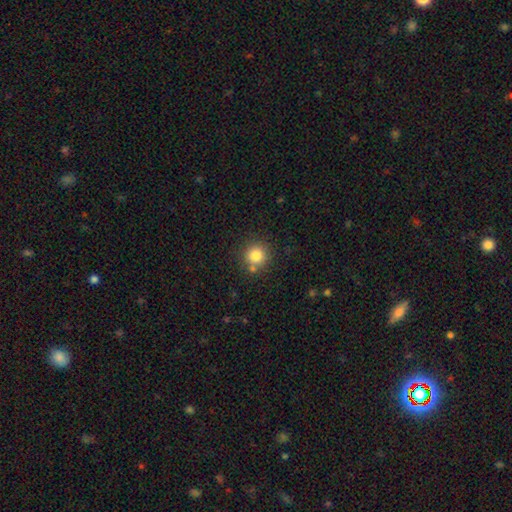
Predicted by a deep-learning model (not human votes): Smooth or featured? smooth (82%)
How rounded? round (93%)
Merging? none (79%)